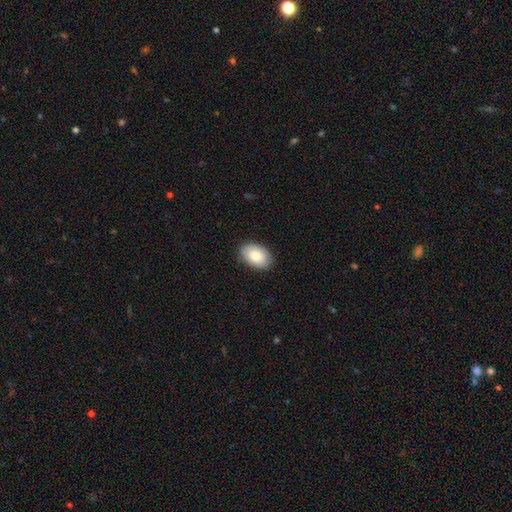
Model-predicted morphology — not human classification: smooth 84%, featured or disk 10%, star or artifact 6%. Down the decision tree: how rounded — in between (91%); merging — none (87%).